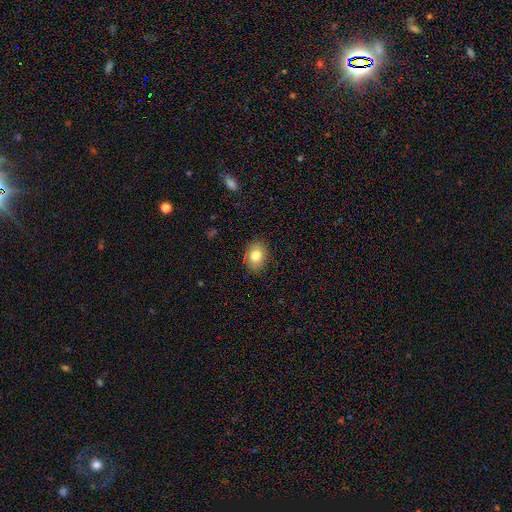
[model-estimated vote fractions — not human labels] Smooth or featured?
  - smooth: 80% *
  - featured or disk: 11%
  - star or artifact: 9%
How rounded?
  - in between: 68% *
  - round: 31%
  - cigar-shaped: 1%
Merging?
  - none: 85% *
  - minor disturbance: 11%
  - major disturbance: 3%
  - merger: 1%